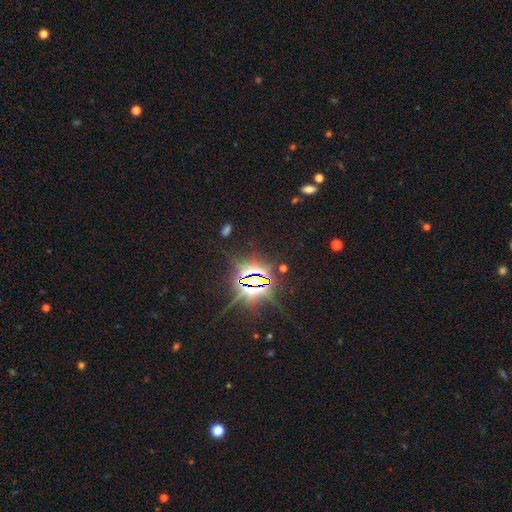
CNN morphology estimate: Smooth or featured?
  - star or artifact: 86% *
  - smooth: 8%
  - featured or disk: 7%